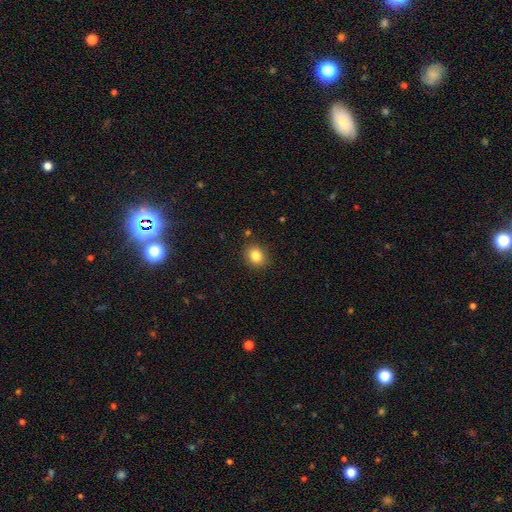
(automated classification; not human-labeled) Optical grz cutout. It shows a smooth galaxy with no disk features (83%) that is round (65%). Merging: none (88%).